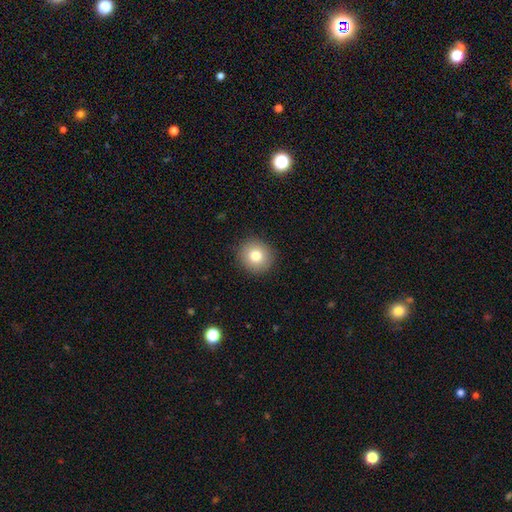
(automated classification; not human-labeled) The model was most divided on "smooth or featured": smooth: 79%, featured or disk: 10%, star or artifact: 10%. More confident: merging — none (91%); how rounded — round (90%).